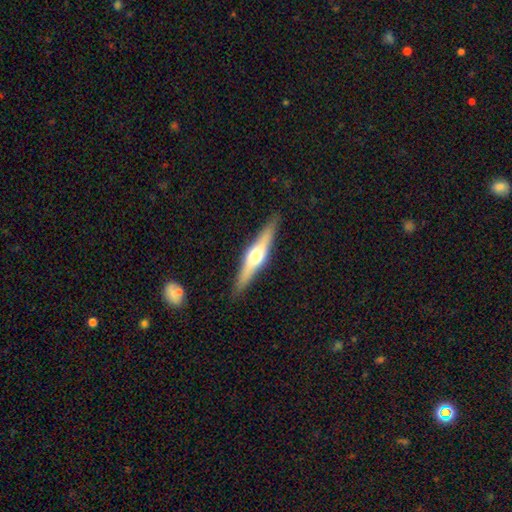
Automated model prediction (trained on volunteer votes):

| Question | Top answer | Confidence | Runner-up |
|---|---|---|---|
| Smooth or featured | featured or disk | 64% | smooth (30%) |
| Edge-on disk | yes | 95% | no (5%) |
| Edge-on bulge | rounded | 94% | boxy (4%) |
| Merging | none | 89% | minor disturbance (8%) |